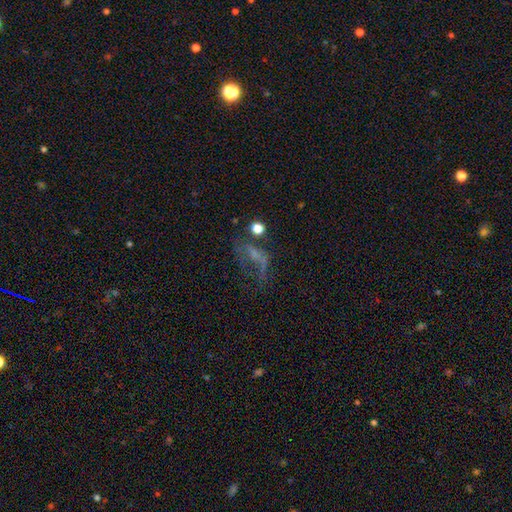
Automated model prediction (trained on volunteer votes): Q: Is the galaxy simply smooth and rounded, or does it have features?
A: featured or disk — 43%.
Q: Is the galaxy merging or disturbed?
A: major disturbance — 46%.